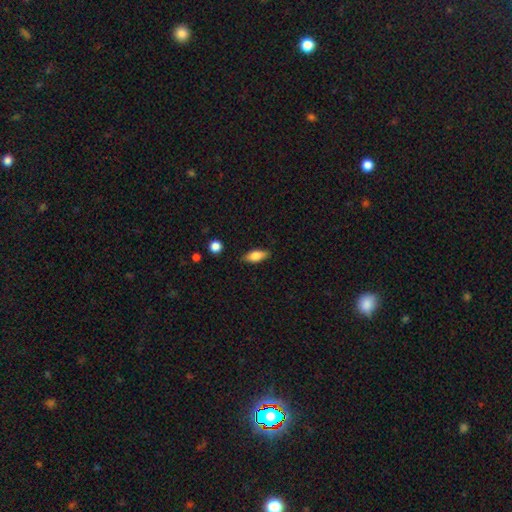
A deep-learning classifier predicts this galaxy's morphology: smooth 78%, featured or disk 15%, star or artifact 7%. Down the decision tree: how rounded — in between (81%); merging — none (82%).